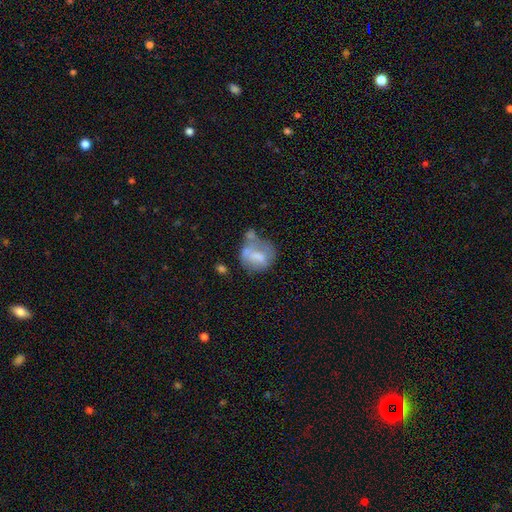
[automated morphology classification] This is possibly a smooth galaxy (53%). How rounded: possibly round (58%). Merging: marginally none (28%).